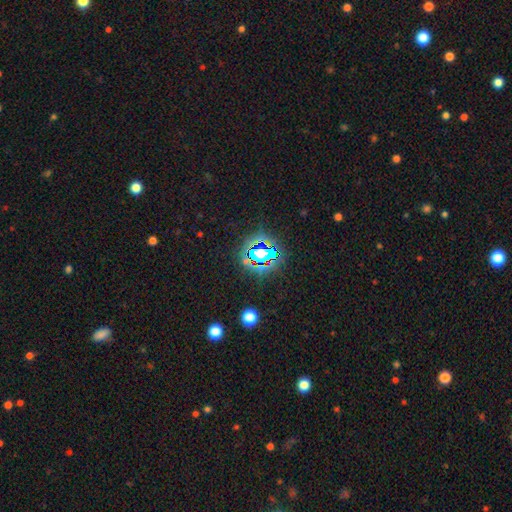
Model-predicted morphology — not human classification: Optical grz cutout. It shows a star or artifact, not a galaxy (74%).